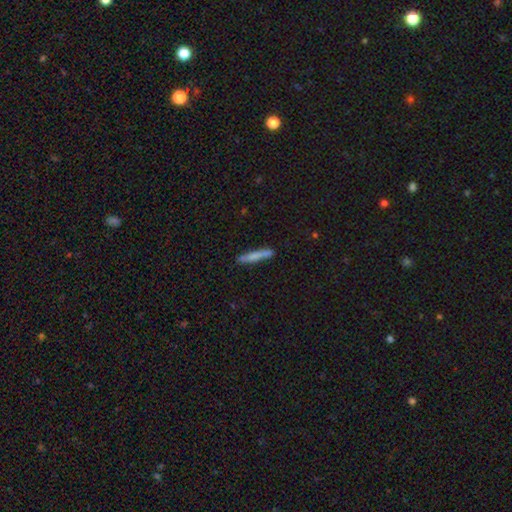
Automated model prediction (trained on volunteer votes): Smooth or featured? Predicted: smooth (p=0.73). How rounded? Predicted: cigar-shaped (p=0.93). Merging? Predicted: none (p=0.82).